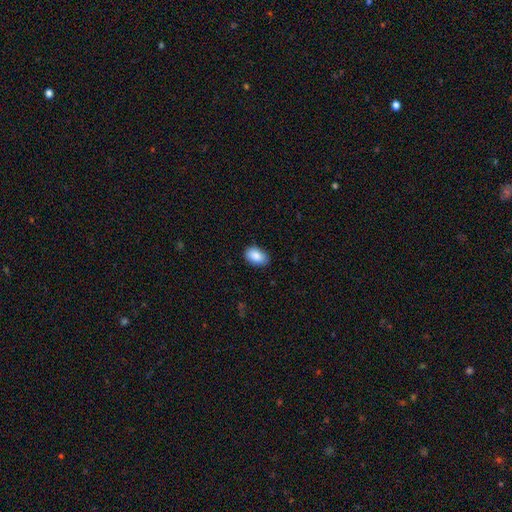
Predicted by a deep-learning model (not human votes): smooth-or-featured: smooth: 88% | star or artifact: 7% | featured or disk: 5%
  how-rounded: in between: 90% | round: 9% | cigar-shaped: 1%
  merging: none: 83% | minor disturbance: 13% | major disturbance: 2% | merger: 1%